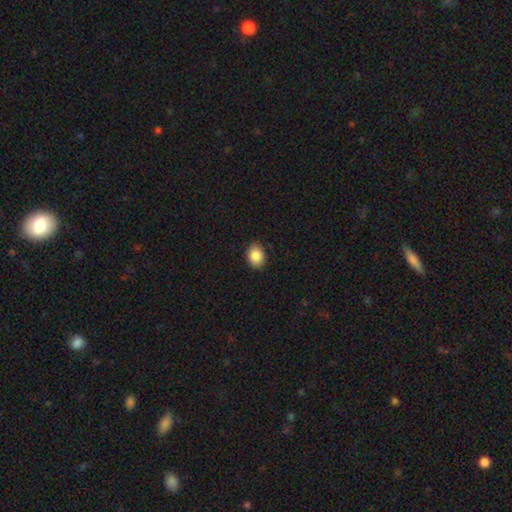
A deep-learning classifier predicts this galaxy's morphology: A smooth galaxy with no disk features (87%) that is in between round and cigar-shaped (60%). Merging: none (87%).